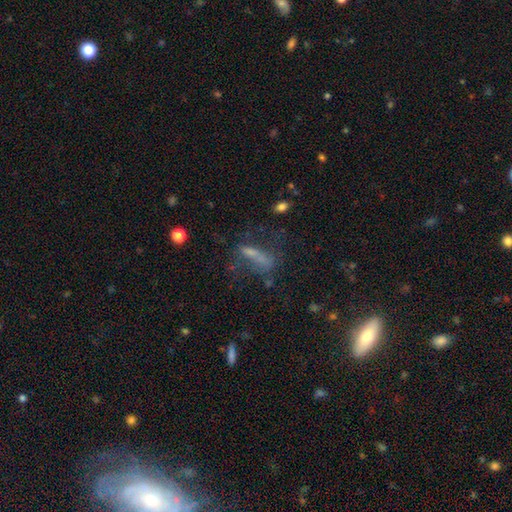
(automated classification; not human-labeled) Smooth or featured? Predicted: smooth (p=0.43). Merging? Predicted: none (p=0.43).